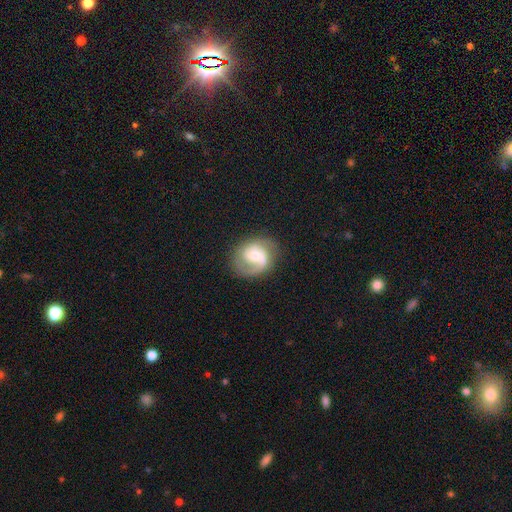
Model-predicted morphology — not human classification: A featured or disk galaxy (77%) with no bar (57%), 2 (55%) medium (46%) spiral arms (92%) and a moderate central bulge (55%). Merging: none (69%).